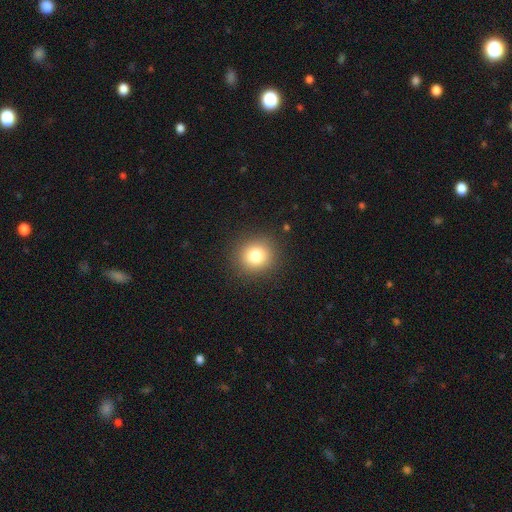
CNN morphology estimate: type=smooth (80%); roundness=round (89%); merging=none (90%).